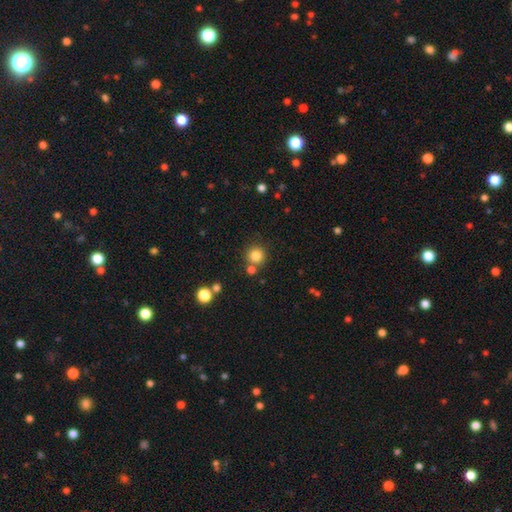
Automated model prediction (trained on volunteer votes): smooth-or-featured: smooth: 83% | star or artifact: 12% | featured or disk: 5%
  how-rounded: round: 94% | in between: 5% | cigar-shaped: 1%
  merging: none: 77% | merger: 12% | minor disturbance: 8% | major disturbance: 3%